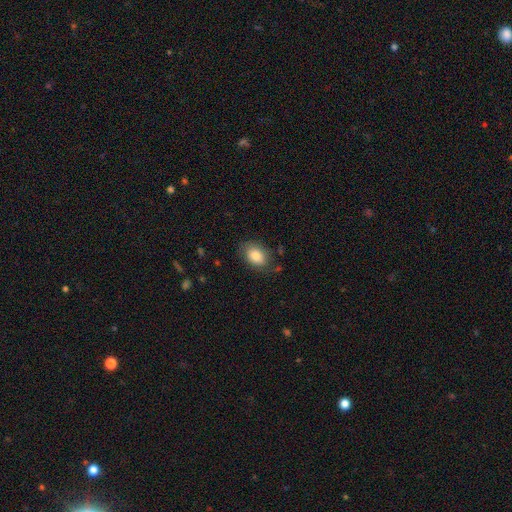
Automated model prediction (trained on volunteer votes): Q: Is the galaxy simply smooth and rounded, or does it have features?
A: smooth — 80%.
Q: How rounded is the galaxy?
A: in between — 78%.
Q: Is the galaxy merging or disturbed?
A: none — 74%.